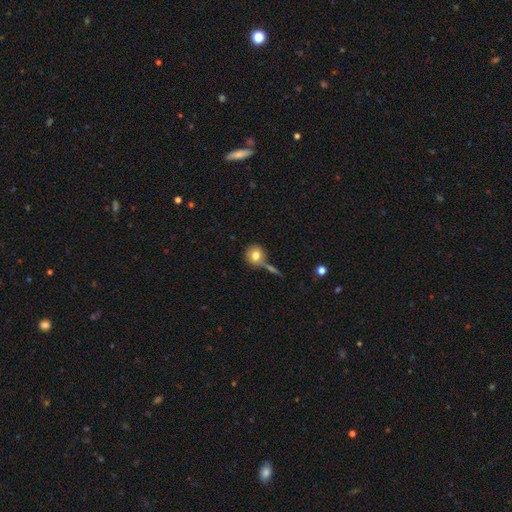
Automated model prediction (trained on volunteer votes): This appears to be a smooth galaxy with no disk features (76%) that is round (88%). Merging: none (60%).